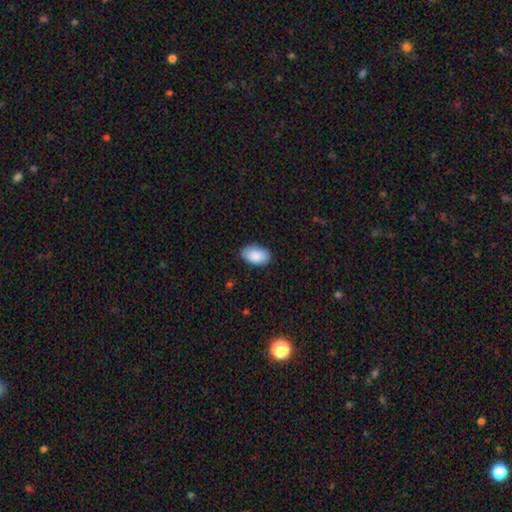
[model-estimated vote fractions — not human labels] Smooth or featured: smooth — 89% (star or artifact — 6%)
How rounded: in between — 94% (round — 5%)
Merging: none — 84% (minor disturbance — 13%)